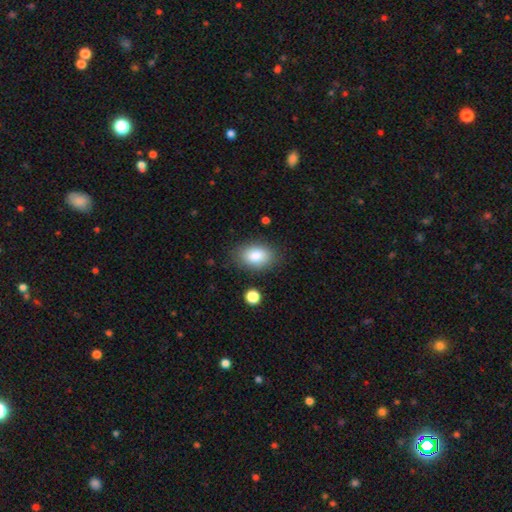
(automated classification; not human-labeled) The model was most divided on "merging": none: 82%, minor disturbance: 12%, major disturbance: 4%, merger: 2%. More confident: how rounded — in between (87%); smooth or featured — smooth (86%).